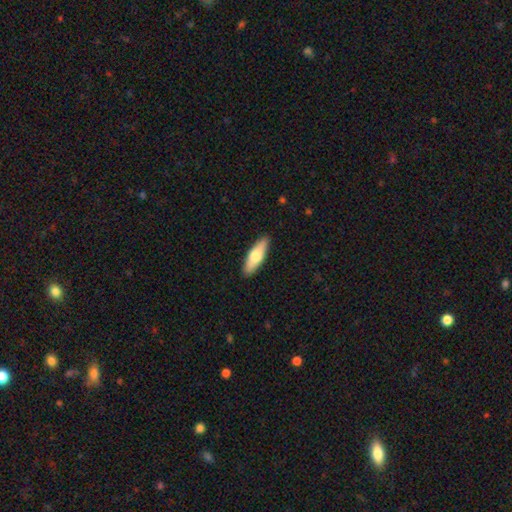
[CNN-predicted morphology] Smooth or featured? smooth (66%)
How rounded? cigar-shaped (50%)
Merging? none (90%)